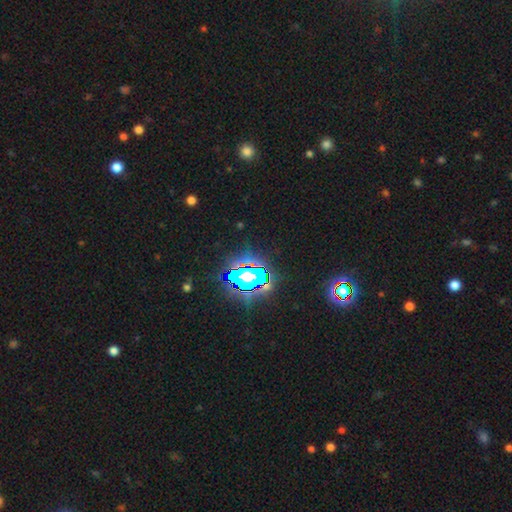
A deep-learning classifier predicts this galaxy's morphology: Q: Smooth or featured?
A: star or artifact (85%); runner-up: smooth (9%)